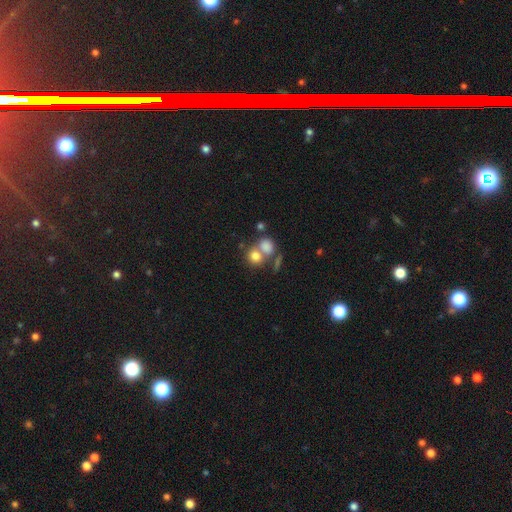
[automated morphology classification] Smooth or featured: smooth — 77% (star or artifact — 12%)
How rounded: round — 73% (in between — 25%)
Merging: none — 43% (tied with merger — 43%)